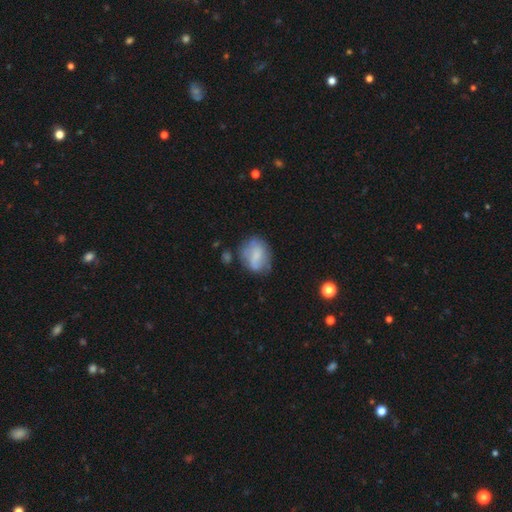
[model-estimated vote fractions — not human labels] Morphology: type=smooth (60%); roundness=in between (57%); merging=none (54%).